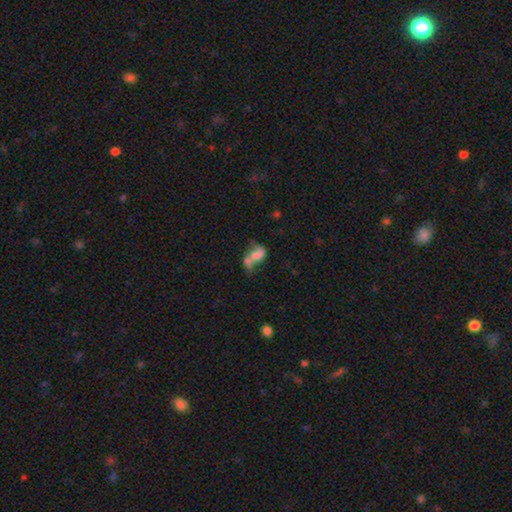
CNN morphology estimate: This is possibly a smooth galaxy (49%). Merging: possibly merger (49%).